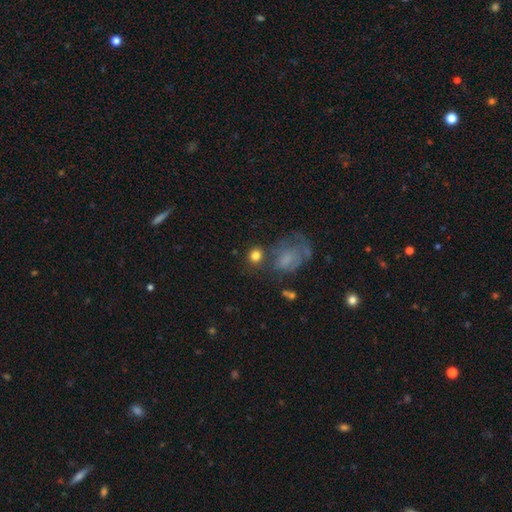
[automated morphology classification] smooth_or_featured: smooth (p=0.80) [alt: star or artifact p=0.10]
how_rounded: round (p=0.82) [alt: in between p=0.17]
merging: none (p=0.67) [alt: merger p=0.13]